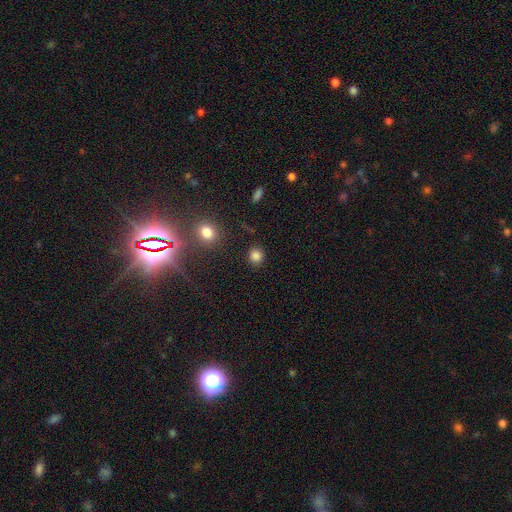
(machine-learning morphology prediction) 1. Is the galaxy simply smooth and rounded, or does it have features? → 84% smooth, 12% star or artifact, 4% featured or disk.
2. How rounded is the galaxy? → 85% round, 14% in between, 1% cigar-shaped.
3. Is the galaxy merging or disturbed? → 87% none, 8% minor disturbance, 3% major disturbance, 2% merger.